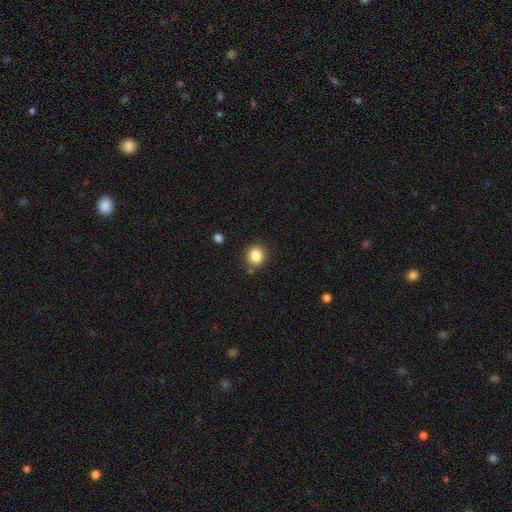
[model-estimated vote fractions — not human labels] Smooth or featured? Predicted: smooth (p=0.84). How rounded? Predicted: round (p=0.81). Merging? Predicted: none (p=0.84).